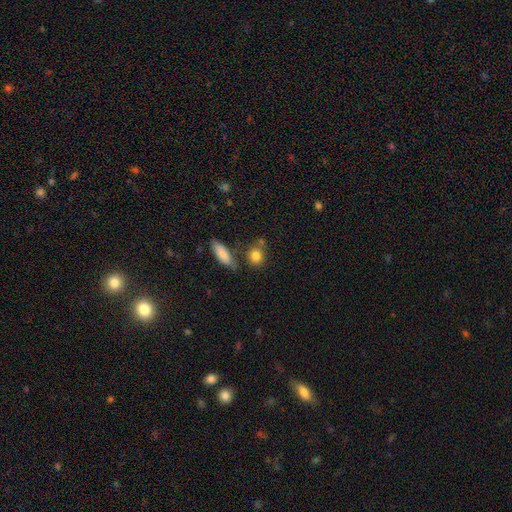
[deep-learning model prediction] The model was most divided on "how rounded": round: 68%, in between: 27%, cigar-shaped: 5%. More confident: smooth or featured — smooth (83%); merging — none (68%).